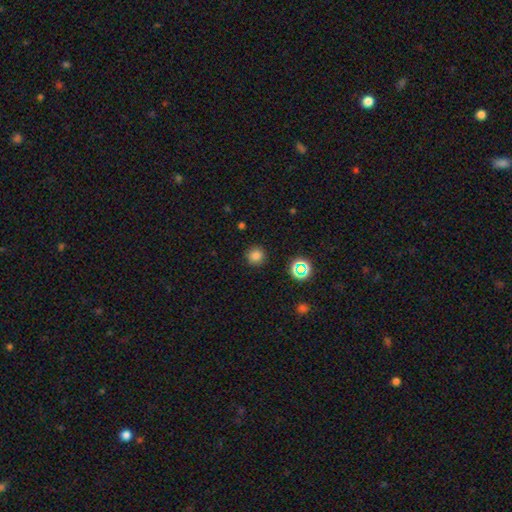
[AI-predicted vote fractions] A smooth galaxy with no disk features (79%) that is round (93%).

Vote fractions:
- Smooth or featured? smooth: 79% / star or artifact: 17% / featured or disk: 5%
- How rounded? round: 93% / in between: 6% / cigar-shaped: 1%
- Merging? none: 89% / minor disturbance: 7% / major disturbance: 2% / merger: 1%